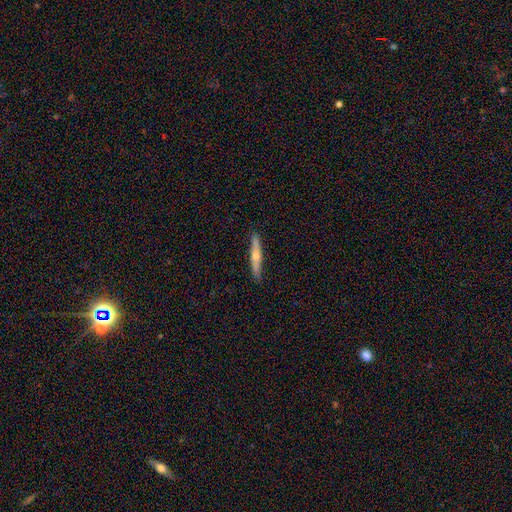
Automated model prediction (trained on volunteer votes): smooth-or-featured: featured or disk: 59% | smooth: 35% | star or artifact: 6%
  disk-edge-on: yes: 93% | no: 7%
    edge-on-bulge: rounded: 86% | none: 11% | boxy: 3%
  merging: none: 88% | minor disturbance: 9% | major disturbance: 2% | merger: 1%